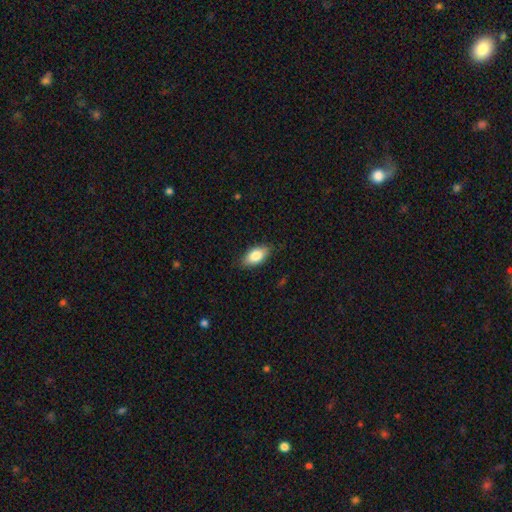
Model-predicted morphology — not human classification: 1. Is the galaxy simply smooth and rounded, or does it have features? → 82% smooth, 12% featured or disk, 7% star or artifact.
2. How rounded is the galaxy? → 89% in between, 7% cigar-shaped, 4% round.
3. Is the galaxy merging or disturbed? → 84% none, 13% minor disturbance, 2% major disturbance, 1% merger.